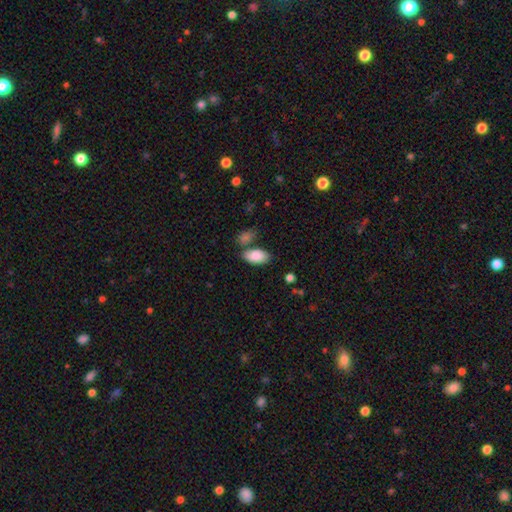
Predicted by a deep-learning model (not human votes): Smooth or featured? smooth (88%)
How rounded? in between (95%)
Merging? none (63%)